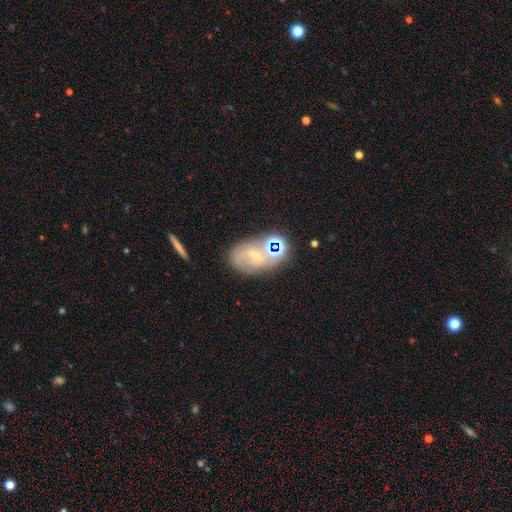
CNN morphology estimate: smooth_or_featured: featured or disk (p=0.59) [alt: smooth p=0.24]
disk_edge_on: no (p=0.95) [alt: yes p=0.05]
bar: weak (p=0.46) [alt: no p=0.30]
has_spiral_arms: yes (p=0.79) [alt: no p=0.21]
bulge_size: small (p=0.70) [alt: moderate p=0.20]
merging: none (p=0.60) [alt: minor disturbance p=0.18]